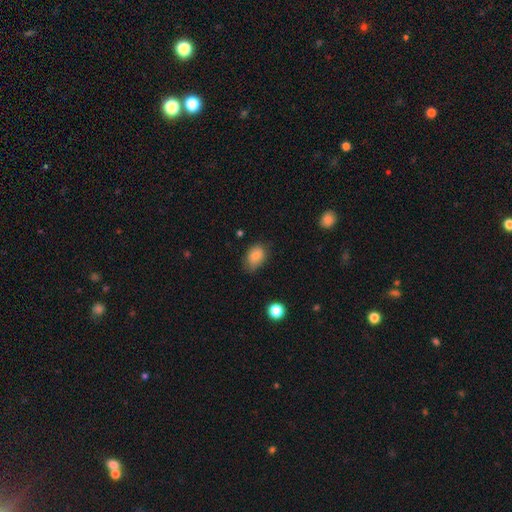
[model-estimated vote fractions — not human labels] Overall: smooth (84%). How rounded: in between (79%). Merging: none (66%).